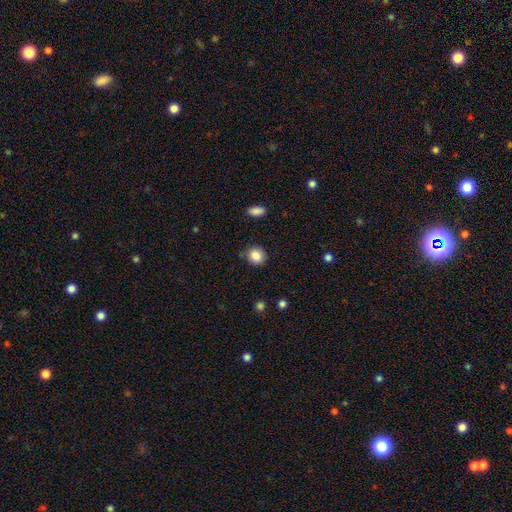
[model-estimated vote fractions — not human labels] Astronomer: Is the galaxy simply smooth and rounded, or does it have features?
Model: smooth — 86%.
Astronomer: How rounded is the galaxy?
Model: round — 82%.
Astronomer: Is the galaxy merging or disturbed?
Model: none — 81%.